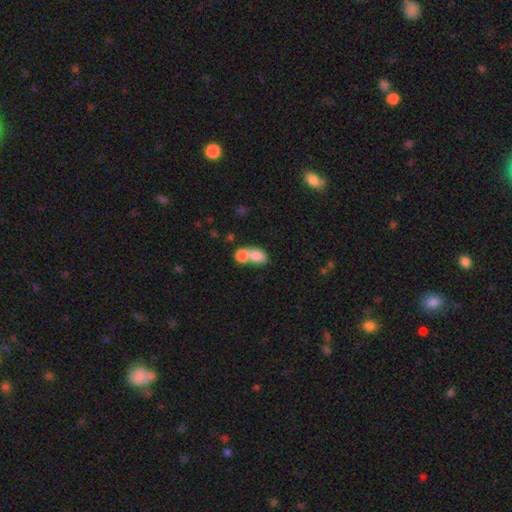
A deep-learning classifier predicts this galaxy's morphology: Smooth or featured? Predicted: smooth (p=0.81). How rounded? Predicted: in between (p=0.71). Merging? Predicted: merger (p=0.60).